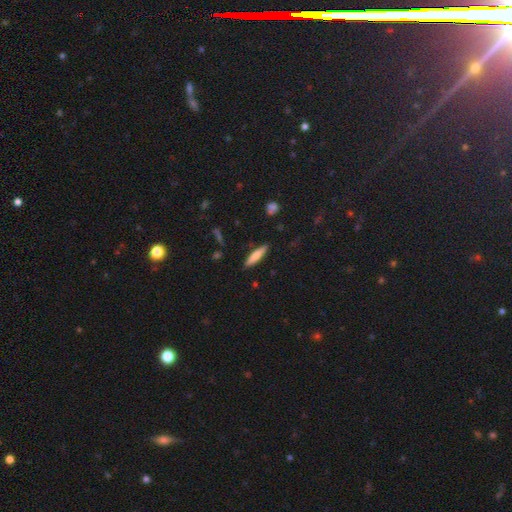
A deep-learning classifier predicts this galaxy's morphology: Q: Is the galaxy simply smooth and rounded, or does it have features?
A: smooth — 68%.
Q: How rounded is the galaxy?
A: cigar-shaped — 79%.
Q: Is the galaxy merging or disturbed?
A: none — 87%.